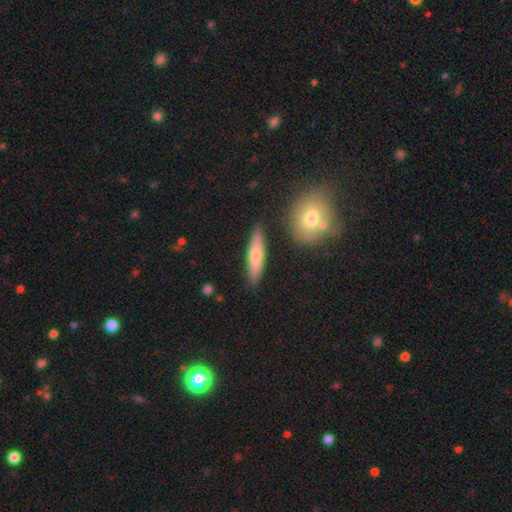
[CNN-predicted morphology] smooth-or-featured: smooth: 63% | featured or disk: 32% | star or artifact: 6%
  how-rounded: cigar-shaped: 76% | in between: 22% | round: 2%
  merging: none: 86% | minor disturbance: 9% | merger: 4% | major disturbance: 2%